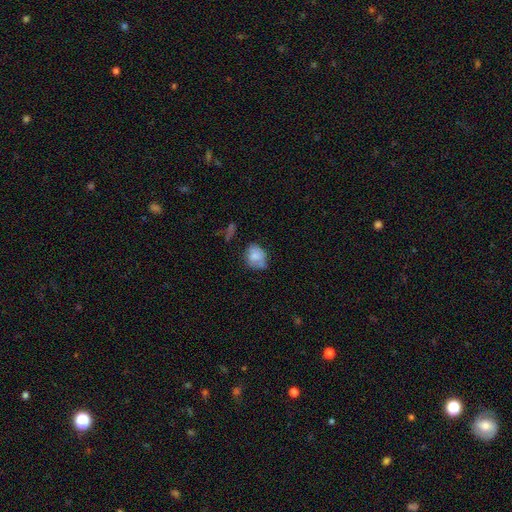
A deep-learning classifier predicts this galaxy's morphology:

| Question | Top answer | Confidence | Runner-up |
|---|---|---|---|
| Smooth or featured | smooth | 78% | featured or disk (13%) |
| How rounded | round | 61% | in between (38%) |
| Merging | none | 52% | minor disturbance (29%) |